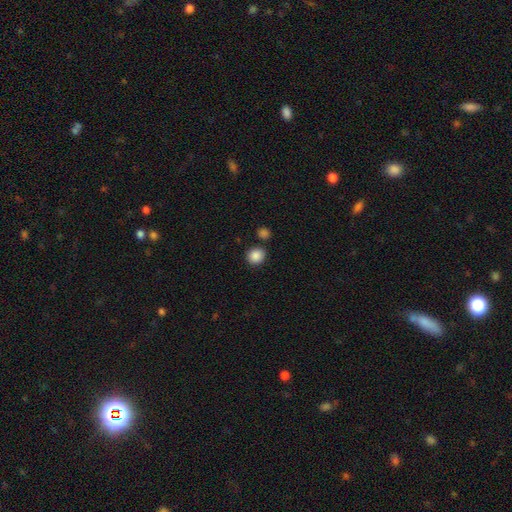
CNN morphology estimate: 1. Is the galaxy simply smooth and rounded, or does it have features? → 88% smooth, 9% star or artifact, 3% featured or disk.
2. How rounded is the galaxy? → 79% round, 20% in between, 1% cigar-shaped.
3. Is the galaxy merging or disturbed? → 81% none, 9% minor disturbance, 8% merger, 3% major disturbance.